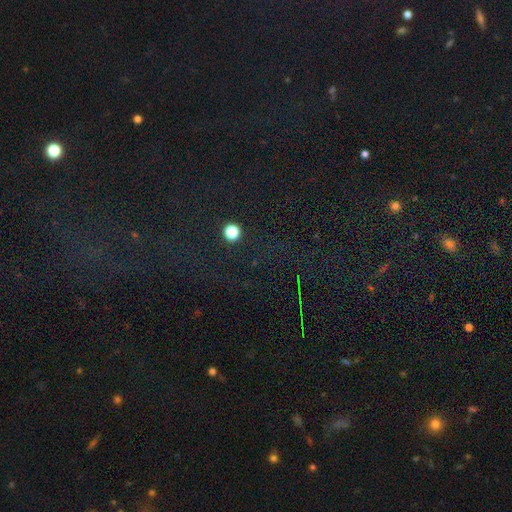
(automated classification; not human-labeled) A star or artifact, not a galaxy (74%).

Vote fractions:
- Smooth or featured? star or artifact: 74% / smooth: 17% / featured or disk: 9%